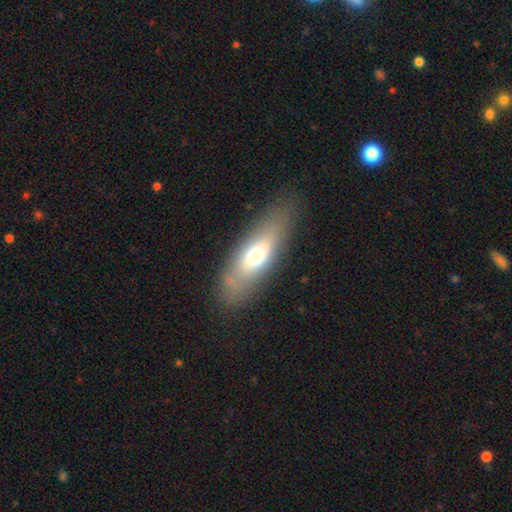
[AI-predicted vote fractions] Smooth or featured?
  - smooth: 58% *
  - featured or disk: 34%
  - star or artifact: 8%
How rounded?
  - in between: 61% *
  - cigar-shaped: 35%
  - round: 4%
Merging?
  - none: 80% *
  - minor disturbance: 13%
  - major disturbance: 5%
  - merger: 2%